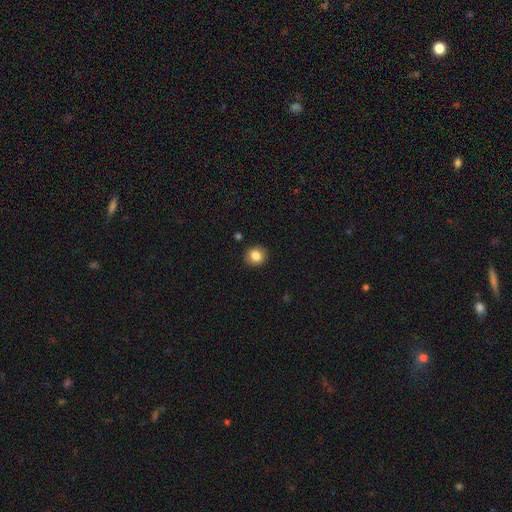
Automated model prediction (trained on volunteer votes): Smooth or featured: smooth — 84% (star or artifact — 10%)
How rounded: round — 83% (in between — 16%)
Merging: none — 90% (minor disturbance — 7%)